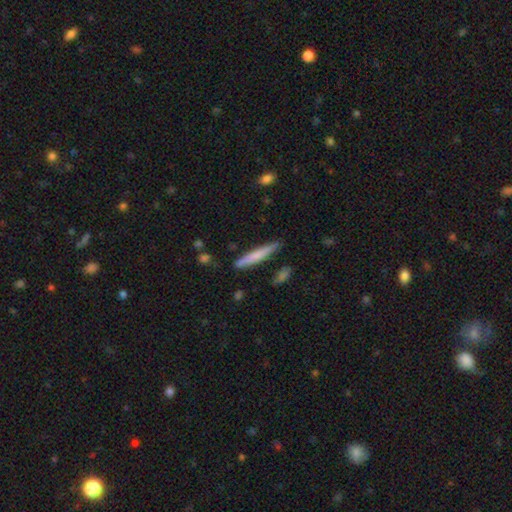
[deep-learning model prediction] Overall: smooth (67%; featured or disk 27%). How rounded: cigar-shaped (94%). Merging: none (85%).